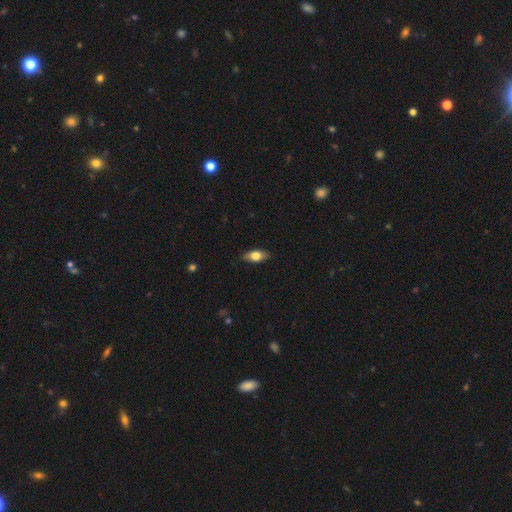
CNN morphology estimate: Smooth or featured? Predicted: smooth (p=0.70). How rounded? Predicted: in between (p=0.84). Merging? Predicted: none (p=0.86).